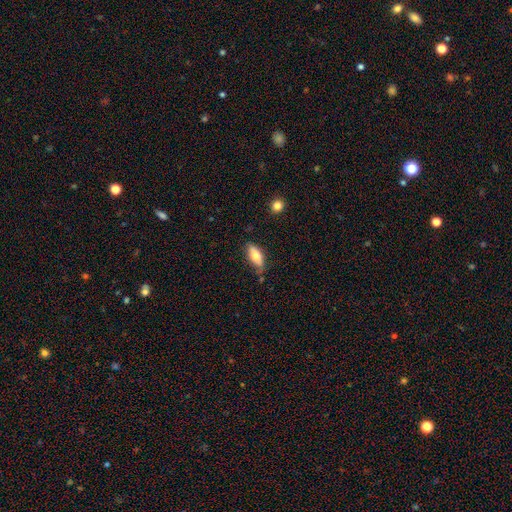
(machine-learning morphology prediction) Q: Smooth or featured?
A: smooth (67%); runner-up: featured or disk (27%)
Q: How rounded?
A: in between (72%); runner-up: cigar-shaped (25%)
Q: Merging?
A: none (64%); runner-up: minor disturbance (26%)